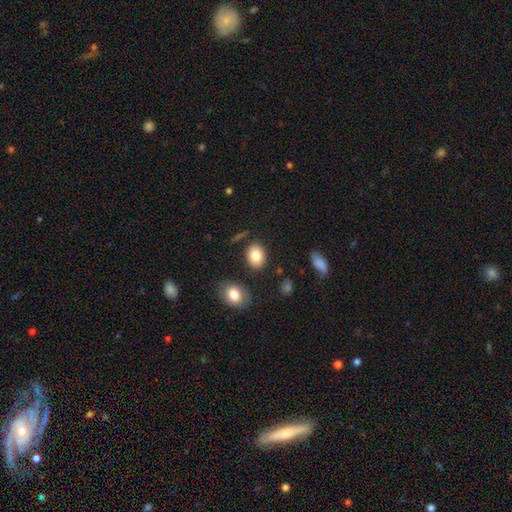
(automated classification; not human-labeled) smooth 82%, featured or disk 9%, star or artifact 8%. Down the decision tree: how rounded — in between (64%); merging — none (84%).